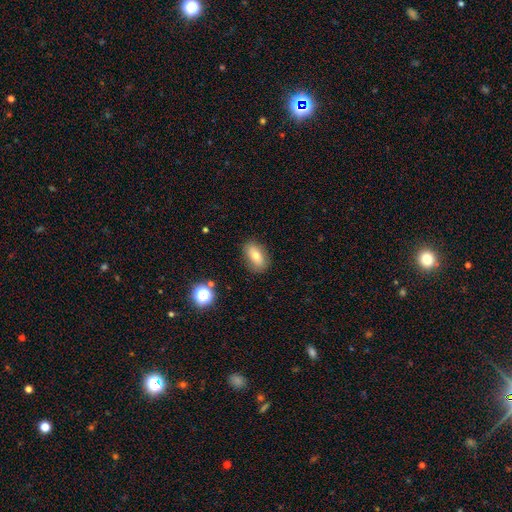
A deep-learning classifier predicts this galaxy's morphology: Smooth or featured: smooth — 73% (featured or disk — 17%)
How rounded: in between — 86% (round — 8%)
Merging: none — 84% (minor disturbance — 11%)